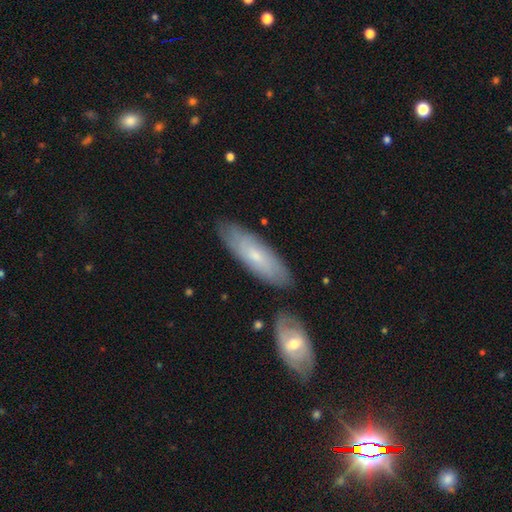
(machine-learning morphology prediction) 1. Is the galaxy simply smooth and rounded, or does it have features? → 57% smooth, 37% featured or disk, 6% star or artifact.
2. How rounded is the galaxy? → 61% in between, 37% cigar-shaped, 2% round.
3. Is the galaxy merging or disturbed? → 77% none, 14% minor disturbance, 6% merger, 3% major disturbance.